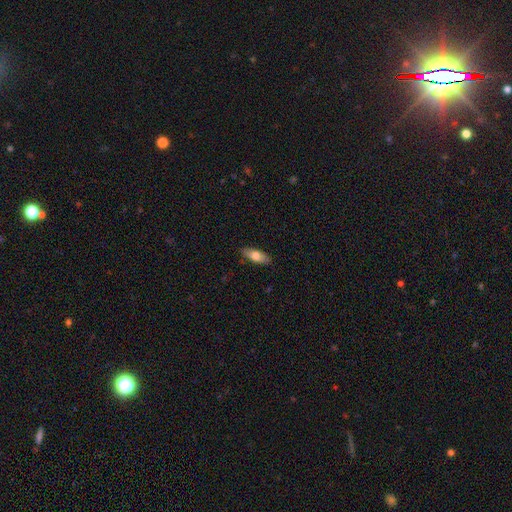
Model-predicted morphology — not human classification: A smooth galaxy with no disk features (71%) that is in between round and cigar-shaped (71%). Merging: none (87%).